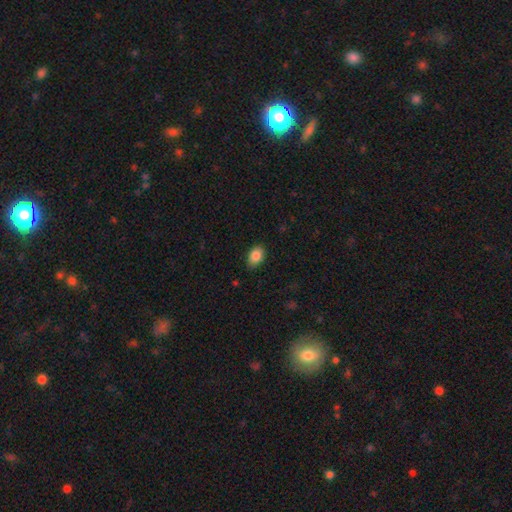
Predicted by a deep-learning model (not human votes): Q: Smooth or featured?
A: smooth (87%); runner-up: star or artifact (8%)
Q: How rounded?
A: in between (83%); runner-up: round (16%)
Q: Merging?
A: none (85%); runner-up: minor disturbance (12%)